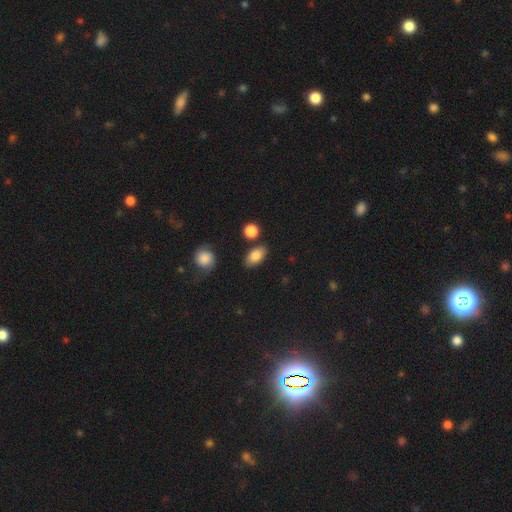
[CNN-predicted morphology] smooth-or-featured: smooth: 84% | featured or disk: 8% | star or artifact: 8%
  how-rounded: in between: 89% | round: 9% | cigar-shaped: 3%
  merging: none: 80% | minor disturbance: 12% | merger: 6% | major disturbance: 3%